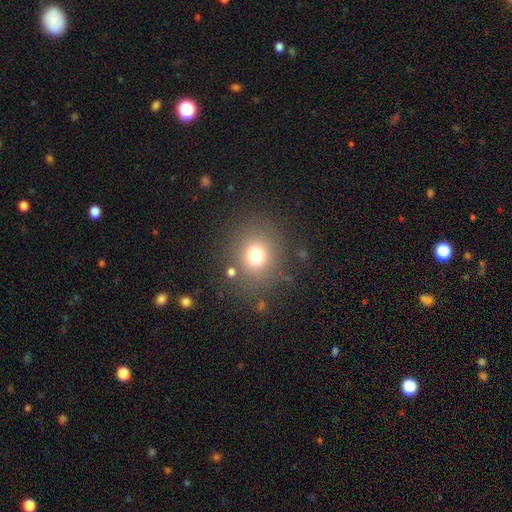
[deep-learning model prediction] A smooth galaxy with no disk features (74%) that is round (82%). Merging: none (81%).